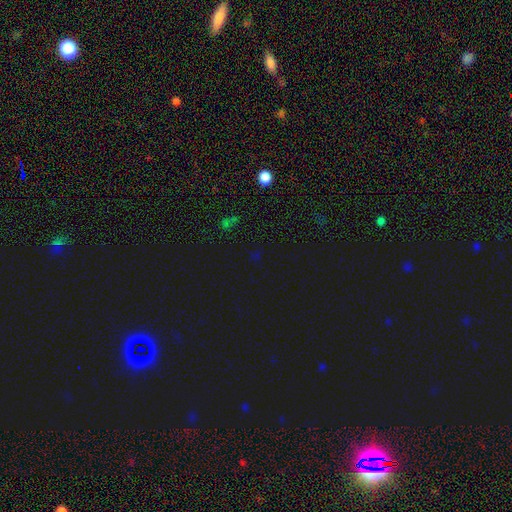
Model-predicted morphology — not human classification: Smooth or featured? Predicted: star or artifact (p=0.73).